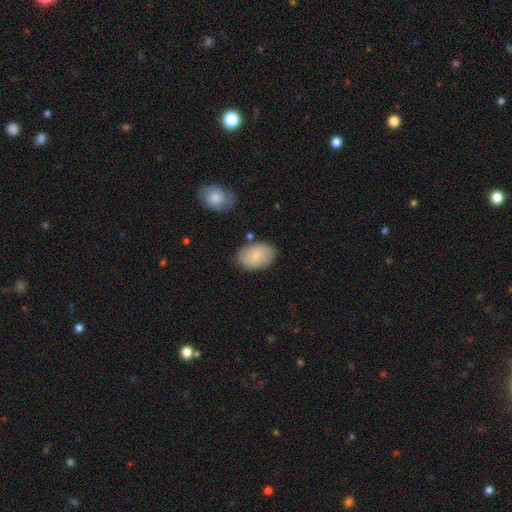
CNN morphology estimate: Smooth or featured? smooth (77%)
How rounded? in between (87%)
Merging? none (79%)